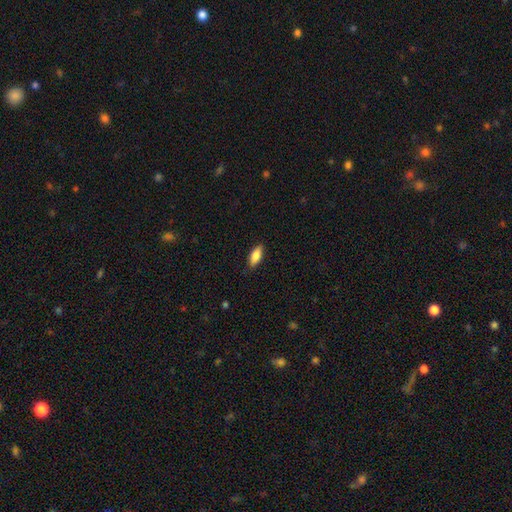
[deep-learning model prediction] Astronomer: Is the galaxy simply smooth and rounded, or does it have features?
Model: smooth — 82%.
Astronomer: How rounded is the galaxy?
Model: in between — 78%.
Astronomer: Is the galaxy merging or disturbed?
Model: none — 85%.